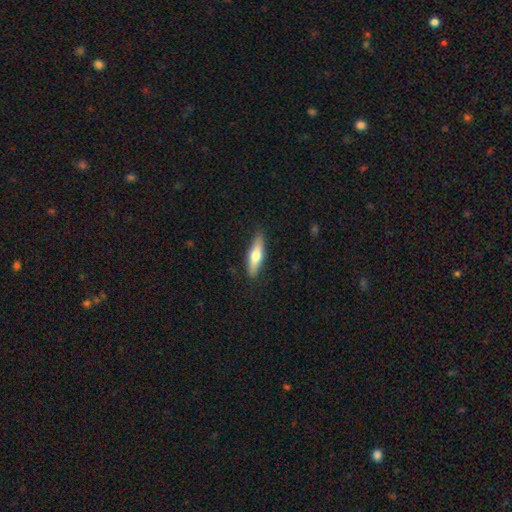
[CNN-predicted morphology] A smooth galaxy with no disk features (60%) that is cigar-shaped (68%). Merging: none (88%).